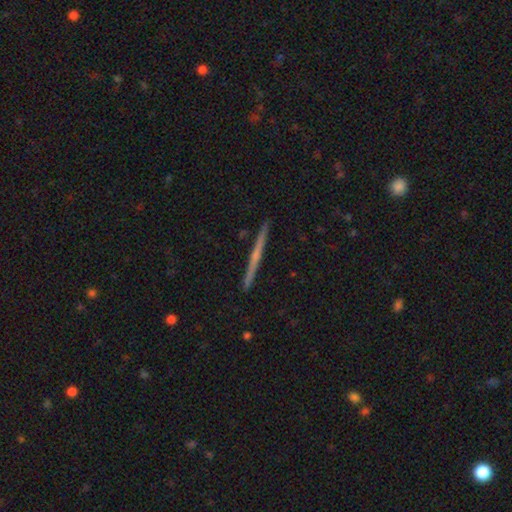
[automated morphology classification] featured or disk 66%, smooth 29%, star or artifact 6%. Down the decision tree: edge-on disk — yes (98%); edge-on bulge — none (63%); merging — none (93%).